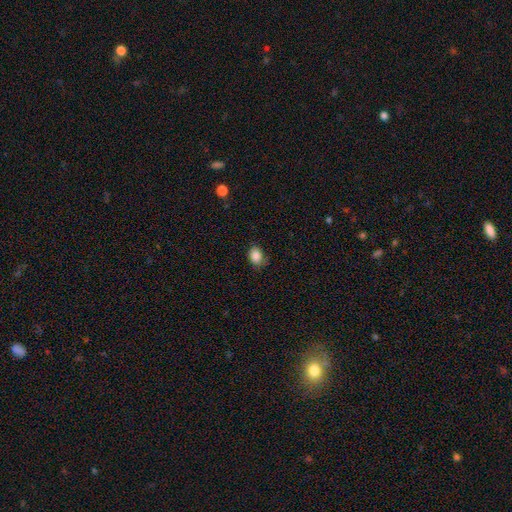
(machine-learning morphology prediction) smooth_or_featured: smooth (p=0.86) [alt: star or artifact p=0.09]
how_rounded: in between (p=0.68) [alt: round p=0.31]
merging: none (p=0.75) [alt: minor disturbance p=0.20]